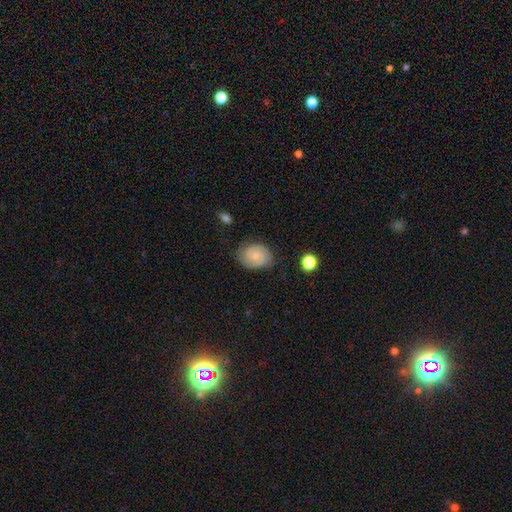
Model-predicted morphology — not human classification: A featured or disk galaxy (53%) with no bar (68%), spiral arms (89%) and a small central bulge (61%).

Vote fractions:
- Smooth or featured? featured or disk: 53% / smooth: 39% / star or artifact: 8%
- Edge-on disk? no: 97% / yes: 3%
- Bar? no: 68% / weak: 28% / strong: 4%
- Spiral arms? yes: 89% / no: 11%
- Bulge size? small: 61% / moderate: 26% / none: 10% / large: 2% / dominant: 1%
- Merging? none: 74% / minor disturbance: 19% / major disturbance: 6% / merger: 2%